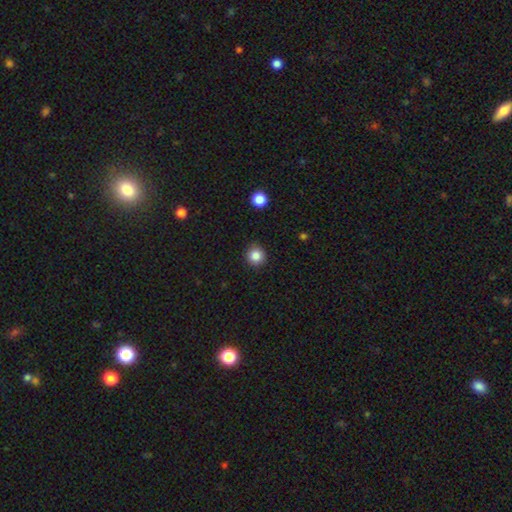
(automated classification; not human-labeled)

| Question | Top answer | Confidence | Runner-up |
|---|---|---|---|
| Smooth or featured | smooth | 85% | star or artifact (11%) |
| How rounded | round | 94% | in between (5%) |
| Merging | none | 91% | minor disturbance (6%) |